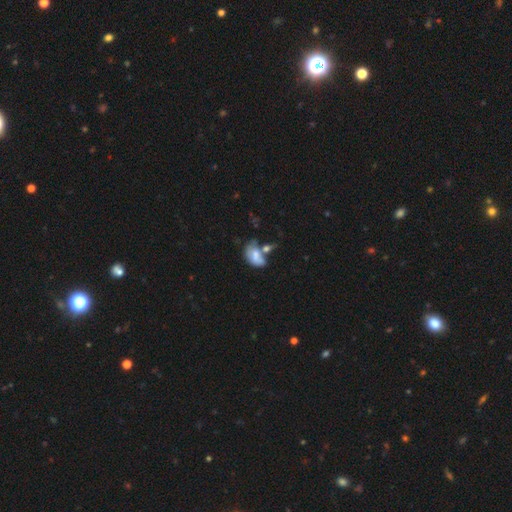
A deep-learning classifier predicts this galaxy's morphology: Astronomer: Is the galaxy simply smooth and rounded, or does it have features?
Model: smooth — 64%.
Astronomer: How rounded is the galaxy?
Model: in between — 86%.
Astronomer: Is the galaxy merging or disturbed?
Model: merger — 45% (runner-up: none, 23%).